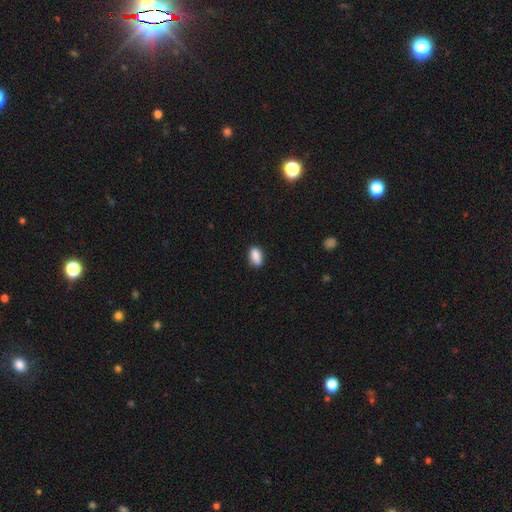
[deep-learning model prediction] This is clearly a smooth galaxy (88%). How rounded: clearly in between (88%). Merging: clearly none (84%).